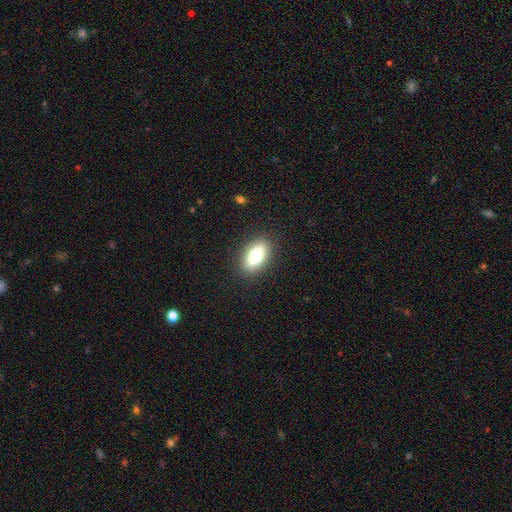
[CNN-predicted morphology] A smooth galaxy with no disk features (77%) that is in between round and cigar-shaped (86%). Merging: none (88%).